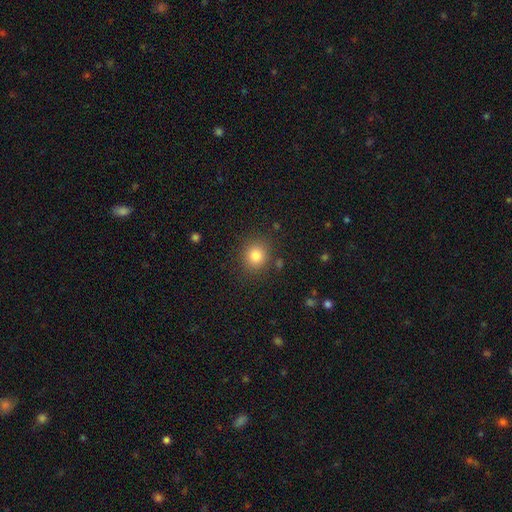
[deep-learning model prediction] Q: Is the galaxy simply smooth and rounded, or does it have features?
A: smooth — 82%.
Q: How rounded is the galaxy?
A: round — 83%.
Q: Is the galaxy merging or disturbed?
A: none — 85%.